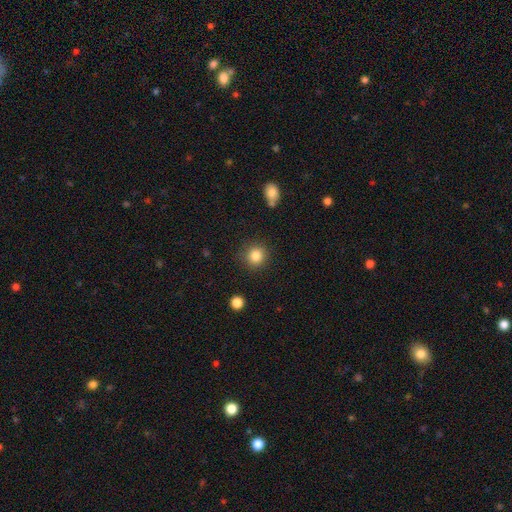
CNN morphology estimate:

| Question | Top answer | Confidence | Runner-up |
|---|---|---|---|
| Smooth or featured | smooth | 85% | star or artifact (10%) |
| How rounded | round | 92% | in between (8%) |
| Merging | none | 88% | minor disturbance (8%) |